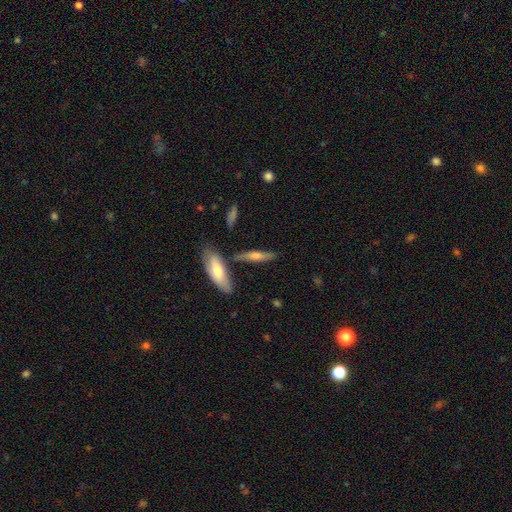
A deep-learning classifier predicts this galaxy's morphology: This is possibly a featured or disk galaxy (48%). Merging: likely none (73%).